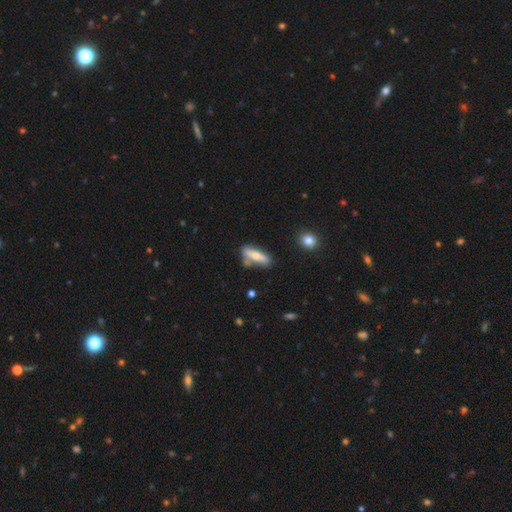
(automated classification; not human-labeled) Smooth or featured?
  - smooth: 57% *
  - featured or disk: 37%
  - star or artifact: 7%
How rounded?
  - cigar-shaped: 57% *
  - in between: 41%
  - round: 3%
Merging?
  - none: 62% *
  - minor disturbance: 19%
  - merger: 14%
  - major disturbance: 5%